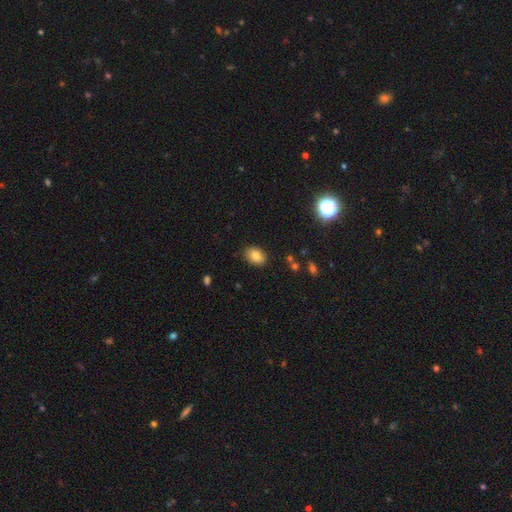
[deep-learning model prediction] smooth 81%, featured or disk 10%, star or artifact 9%. Down the decision tree: how rounded — in between (80%); merging — none (86%).